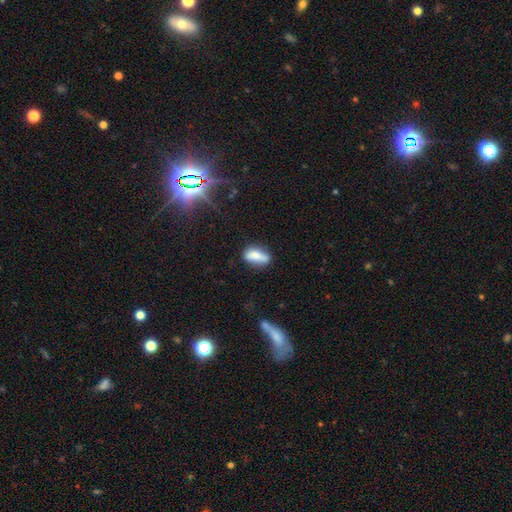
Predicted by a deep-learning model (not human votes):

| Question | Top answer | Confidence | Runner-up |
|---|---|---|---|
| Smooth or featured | smooth | 73% | featured or disk (19%) |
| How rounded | in between | 74% | cigar-shaped (21%) |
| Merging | none | 67% | minor disturbance (22%) |